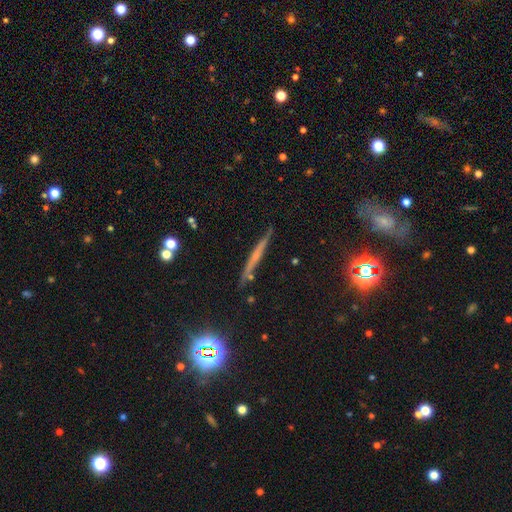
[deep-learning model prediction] Overall: featured or disk (45%; smooth 39%). Merging: none (84%).